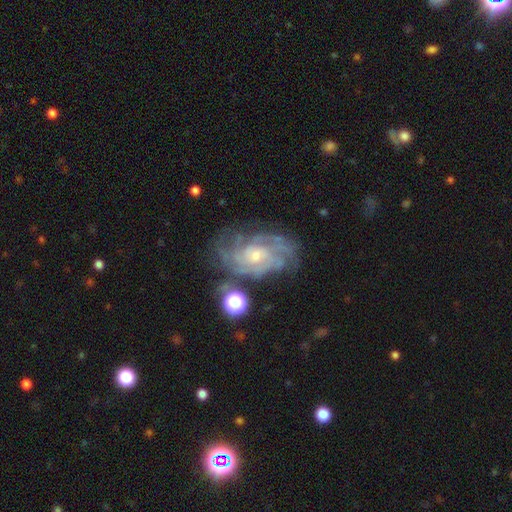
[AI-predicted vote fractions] Smooth or featured: featured or disk — 85% (star or artifact — 7%)
Edge-on disk: no — 96% (yes — 4%)
Bar: no — 68% (weak — 26%)
Spiral arms: yes — 96% (no — 4%)
Spiral winding: tight — 64% (medium — 29%)
Spiral arm count: can't tell — 31% (4 — 22%)
Bulge size: small — 62% (moderate — 33%)
Merging: none — 70% (minor disturbance — 17%)